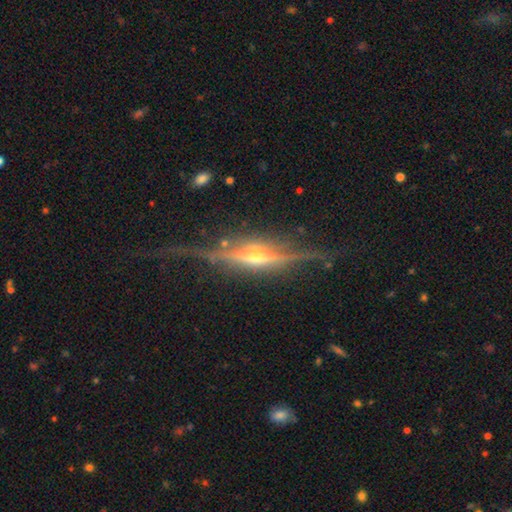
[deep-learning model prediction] Q: Smooth or featured?
A: featured or disk (87%); runner-up: star or artifact (7%)
Q: Edge-on disk?
A: yes (96%); runner-up: no (4%)
Q: Edge-on bulge?
A: rounded (90%); runner-up: boxy (6%)
Q: Merging?
A: none (77%); runner-up: minor disturbance (15%)